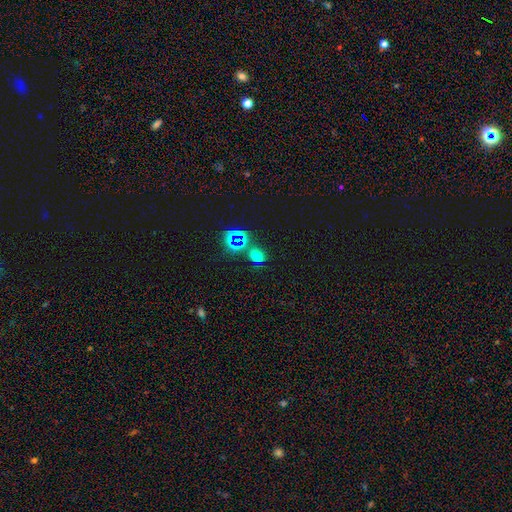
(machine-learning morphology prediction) smooth-or-featured: smooth: 48% | star or artifact: 44% | featured or disk: 8%
  merging: none: 69% | minor disturbance: 13% | merger: 11% | major disturbance: 6%